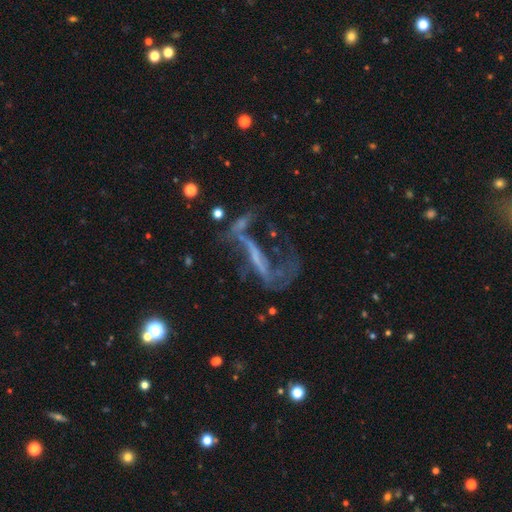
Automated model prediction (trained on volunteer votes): Smooth or featured? featured or disk (62%)
Edge-on disk? no (76%)
Merging? major disturbance (42%)